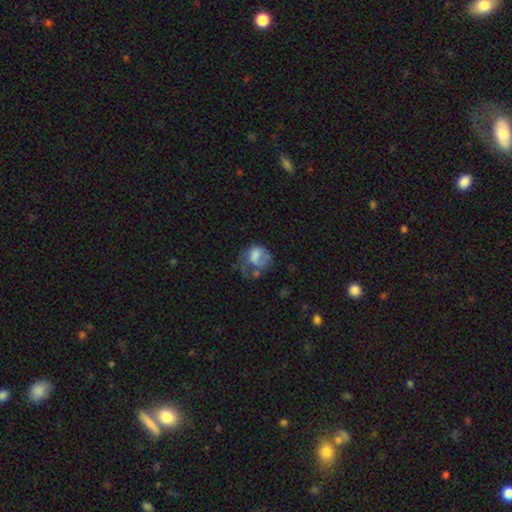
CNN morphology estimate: A smooth galaxy with no disk features (59%) that is round (53%).

Vote fractions:
- Smooth or featured? smooth: 59% / featured or disk: 32% / star or artifact: 9%
- How rounded? round: 53% / in between: 46% / cigar-shaped: 1%
- Merging? major disturbance: 44% / minor disturbance: 25% / none: 24% / merger: 8%